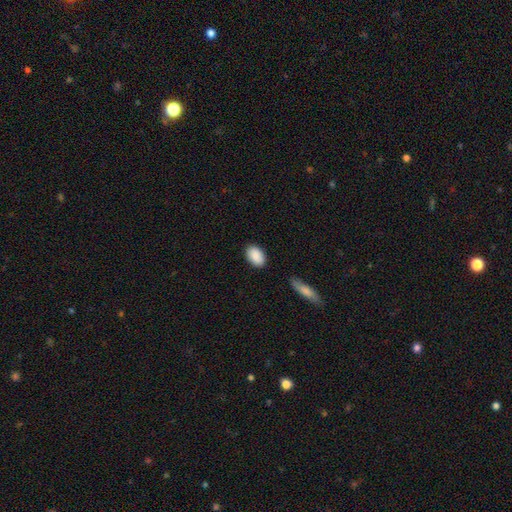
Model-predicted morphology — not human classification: A smooth galaxy with no disk features (90%) that is in between round and cigar-shaped (89%).

Vote fractions:
- Smooth or featured? smooth: 90% / star or artifact: 6% / featured or disk: 4%
- How rounded? in between: 89% / round: 10% / cigar-shaped: 2%
- Merging? none: 85% / minor disturbance: 11% / major disturbance: 2% / merger: 2%